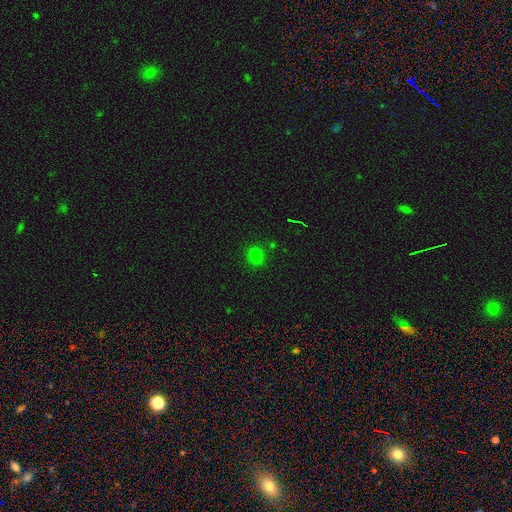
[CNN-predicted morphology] This is likely a smooth galaxy (75%). How rounded: clearly round (83%). Merging: clearly none (86%).